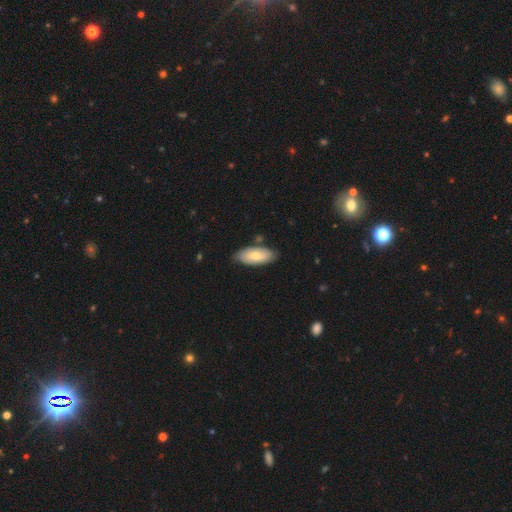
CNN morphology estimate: The model was most divided on "smooth or featured": smooth: 70%, featured or disk: 25%, star or artifact: 5%. More confident: how rounded — in between (87%); merging — none (80%).